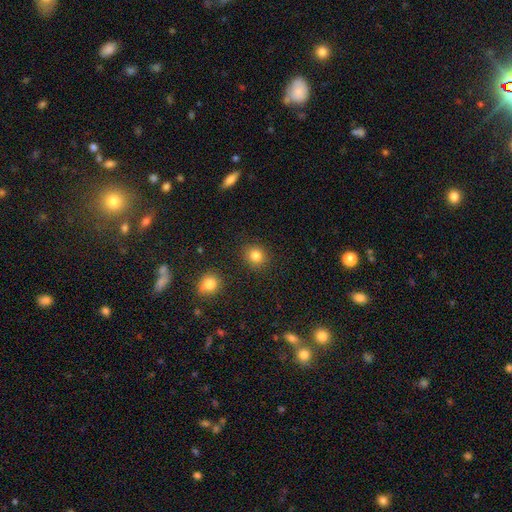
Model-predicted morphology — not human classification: Q: Smooth or featured?
A: smooth (83%); runner-up: star or artifact (11%)
Q: How rounded?
A: round (82%); runner-up: in between (17%)
Q: Merging?
A: none (89%); runner-up: minor disturbance (7%)